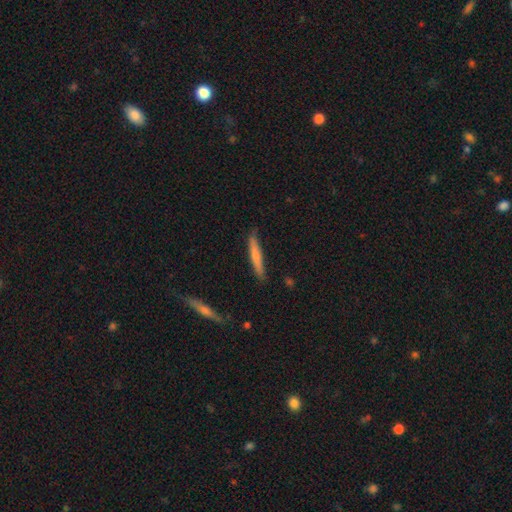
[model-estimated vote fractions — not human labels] smooth 65%, featured or disk 30%, star or artifact 6%. Down the decision tree: how rounded — cigar-shaped (94%); merging — none (86%).